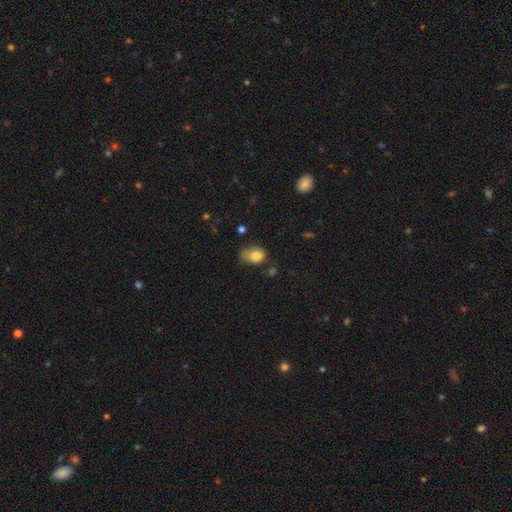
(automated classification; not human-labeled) smooth_or_featured: smooth (p=0.81) [alt: star or artifact p=0.10]
how_rounded: in between (p=0.66) [alt: round p=0.33]
merging: minor disturbance (p=0.38) [alt: none p=0.35]